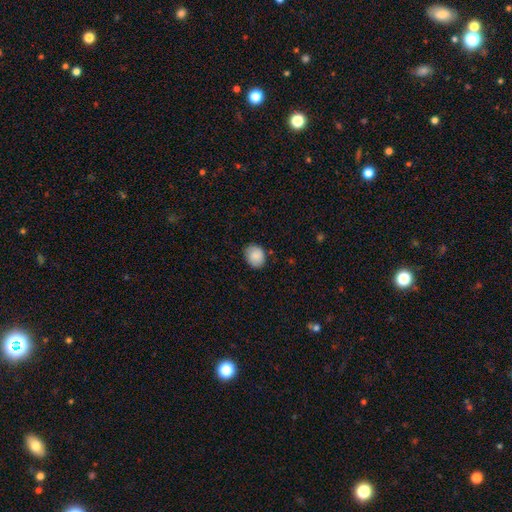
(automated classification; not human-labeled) smooth 88%, star or artifact 7%, featured or disk 5%. Down the decision tree: how rounded — round (55%); merging — none (79%).